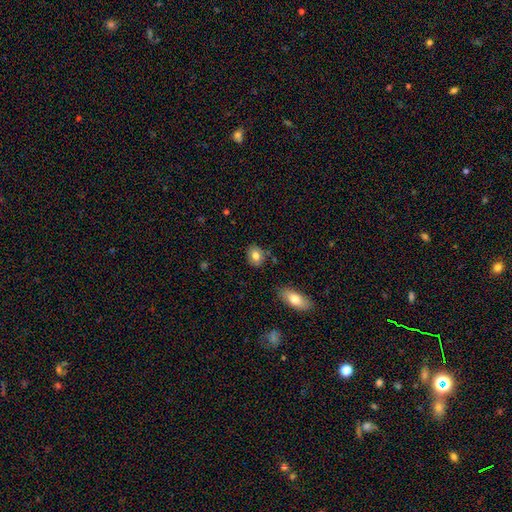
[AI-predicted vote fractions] Smooth or featured: smooth — 79% (featured or disk — 12%)
How rounded: in between — 50% (round — 49%)
Merging: none — 82% (minor disturbance — 12%)